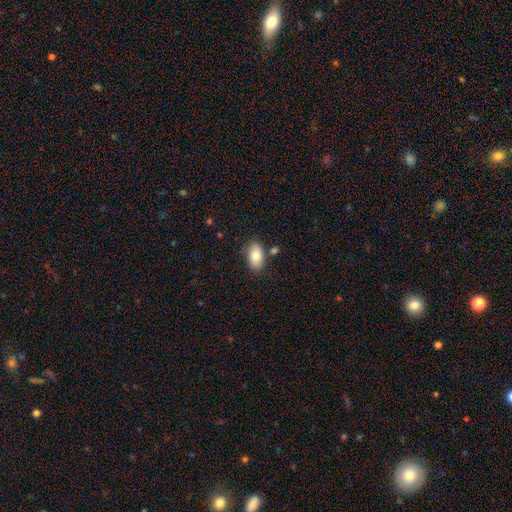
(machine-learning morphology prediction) smooth-or-featured: smooth: 79% | featured or disk: 14% | star or artifact: 7%
  how-rounded: in between: 91% | round: 7% | cigar-shaped: 2%
  merging: none: 78% | minor disturbance: 13% | merger: 6% | major disturbance: 3%